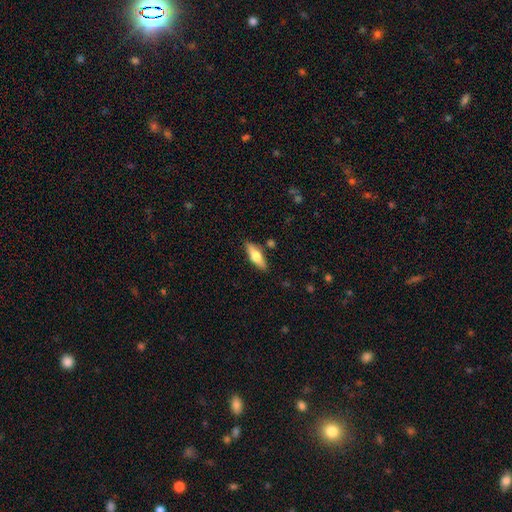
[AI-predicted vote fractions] This appears to be a smooth galaxy with no disk features (58%) that is in between round and cigar-shaped (57%). Merging: none (83%).